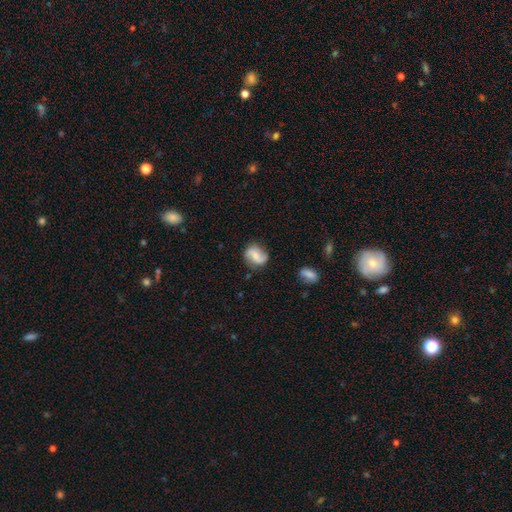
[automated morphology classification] The model was most divided on "bar": no: 42%, weak: 41%, strong: 17%. Remaining: edge-on disk — no (97%); spiral arms — yes (92%); spiral arm count — 2 (89%); merging — none (75%); smooth or featured — featured or disk (63%); spiral winding — loose (55%); bulge size — small (44%).